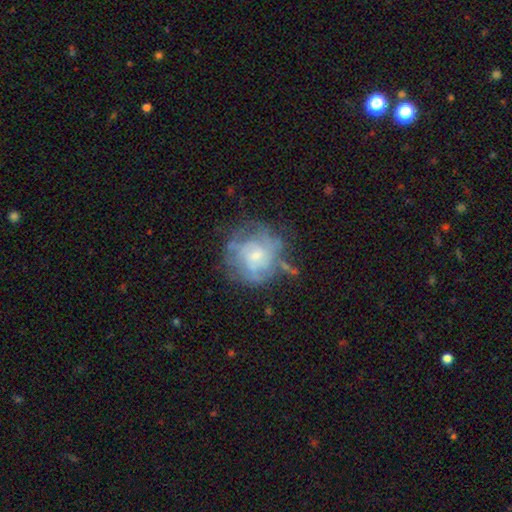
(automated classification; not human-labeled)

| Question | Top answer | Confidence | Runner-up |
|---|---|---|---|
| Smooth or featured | featured or disk | 68% | smooth (23%) |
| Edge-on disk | no | 98% | yes (2%) |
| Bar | no | 76% | weak (21%) |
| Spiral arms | yes | 66% | no (34%) |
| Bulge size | small | 60% | moderate (32%) |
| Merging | none | 59% | minor disturbance (22%) |